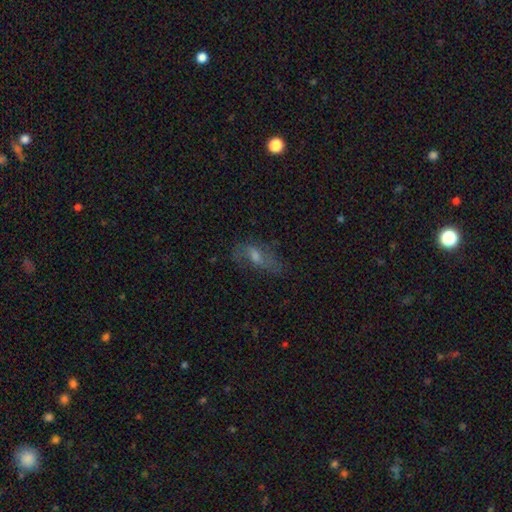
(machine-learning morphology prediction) Q: Smooth or featured?
A: featured or disk (49%); runner-up: smooth (36%)
Q: Merging?
A: none (60%); runner-up: minor disturbance (22%)